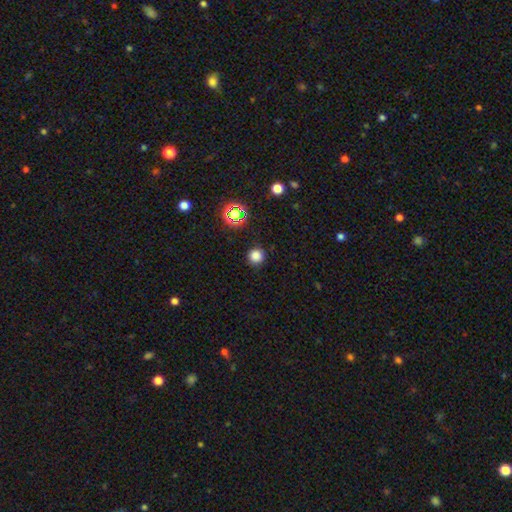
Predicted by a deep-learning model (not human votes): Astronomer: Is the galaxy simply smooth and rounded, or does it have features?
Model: smooth — 79%.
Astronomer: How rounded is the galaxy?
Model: round — 94%.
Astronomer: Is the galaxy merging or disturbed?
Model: none — 90%.